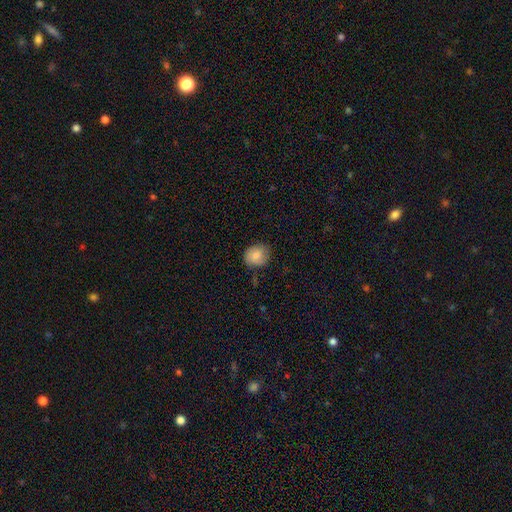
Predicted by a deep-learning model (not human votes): This is clearly a smooth galaxy (83%). How rounded: likely round (65%). Merging: likely none (72%).